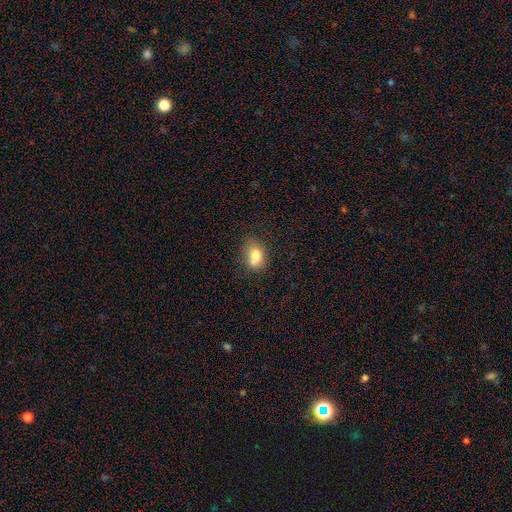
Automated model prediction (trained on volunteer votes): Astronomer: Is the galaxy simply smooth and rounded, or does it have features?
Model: smooth — 73%.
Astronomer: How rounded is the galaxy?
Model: in between — 62%.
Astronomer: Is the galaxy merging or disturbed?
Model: none — 47% (runner-up: merger, 27%).